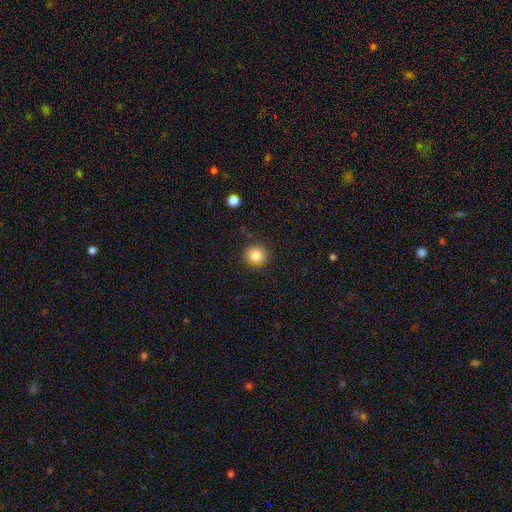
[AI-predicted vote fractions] This appears to be a smooth galaxy with no disk features (84%) that is round (90%). Merging: none (88%).